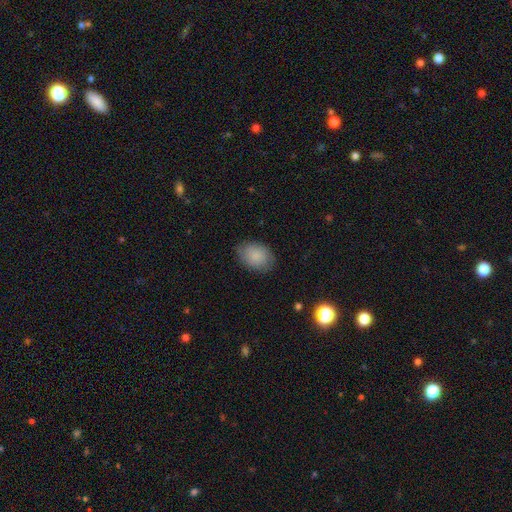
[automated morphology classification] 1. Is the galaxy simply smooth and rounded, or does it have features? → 84% smooth, 9% featured or disk, 7% star or artifact.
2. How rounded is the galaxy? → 77% in between, 22% round, 1% cigar-shaped.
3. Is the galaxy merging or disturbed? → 80% none, 16% minor disturbance, 4% major disturbance, 1% merger.